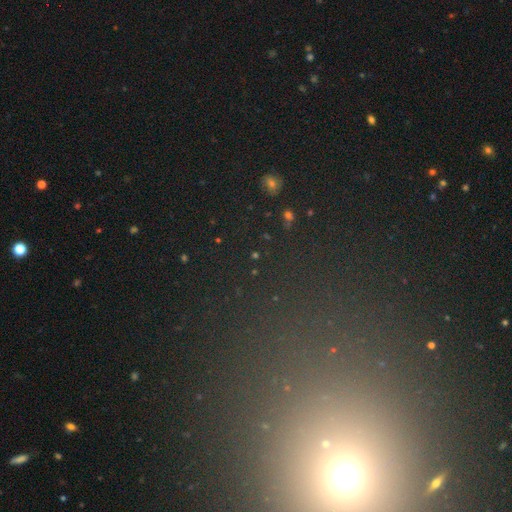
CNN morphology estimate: Smooth or featured: star or artifact — 65% (smooth — 24%)